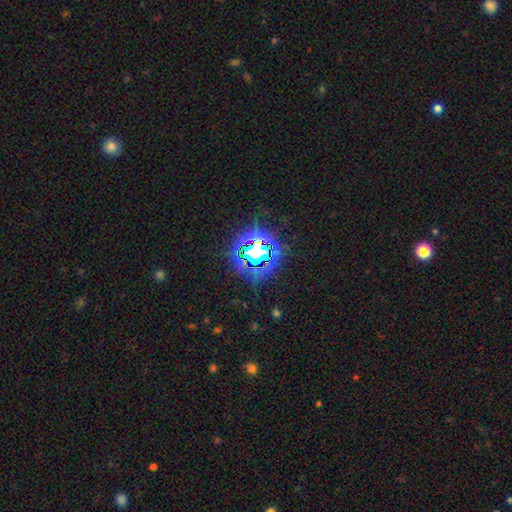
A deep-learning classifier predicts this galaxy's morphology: smooth_or_featured: star or artifact (p=0.75) [alt: smooth p=0.15]